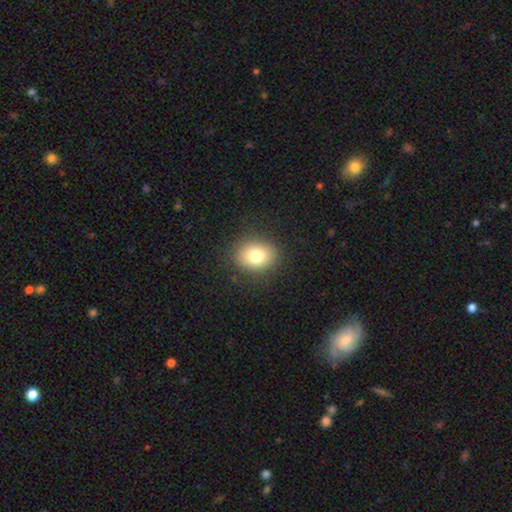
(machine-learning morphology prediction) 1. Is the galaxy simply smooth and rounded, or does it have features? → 79% smooth, 11% featured or disk, 11% star or artifact.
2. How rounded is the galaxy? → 52% round, 47% in between, 1% cigar-shaped.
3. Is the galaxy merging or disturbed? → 86% none, 9% minor disturbance, 3% major disturbance, 1% merger.